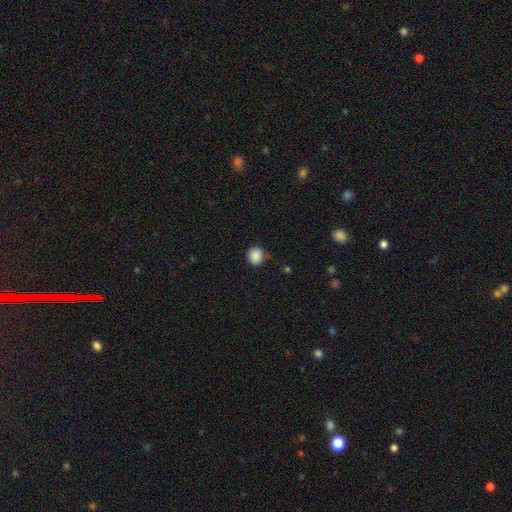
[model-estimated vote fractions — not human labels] This appears to be a smooth galaxy with no disk features (88%) that is round (81%). Merging: none (82%).